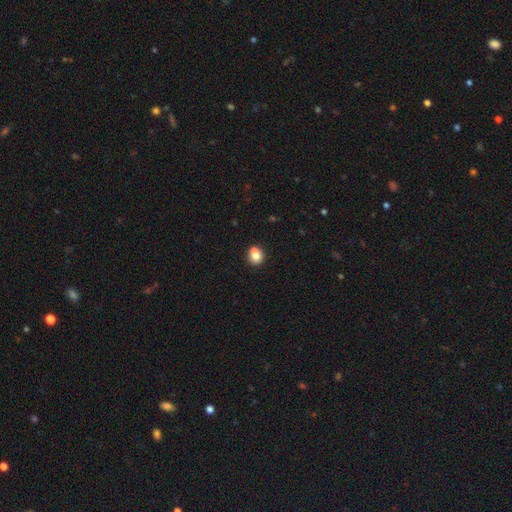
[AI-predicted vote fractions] Q: Smooth or featured?
A: smooth (77%); runner-up: featured or disk (14%)
Q: How rounded?
A: round (74%); runner-up: in between (25%)
Q: Merging?
A: none (51%); runner-up: merger (34%)